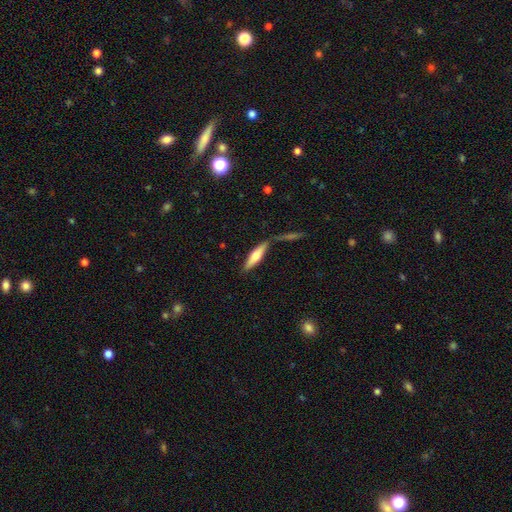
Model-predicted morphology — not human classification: smooth 59%, featured or disk 35%, star or artifact 6%. Down the decision tree: how rounded — cigar-shaped (69%); merging — none (64%).